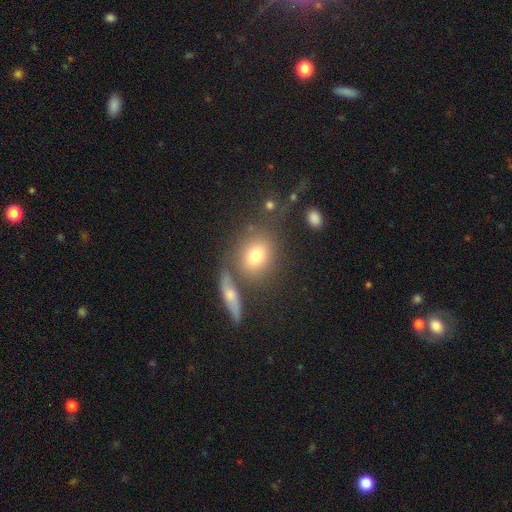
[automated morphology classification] smooth-or-featured: smooth: 74% | featured or disk: 15% | star or artifact: 11%
  how-rounded: round: 61% | in between: 36% | cigar-shaped: 3%
  merging: none: 64% | merger: 18% | minor disturbance: 12% | major disturbance: 6%